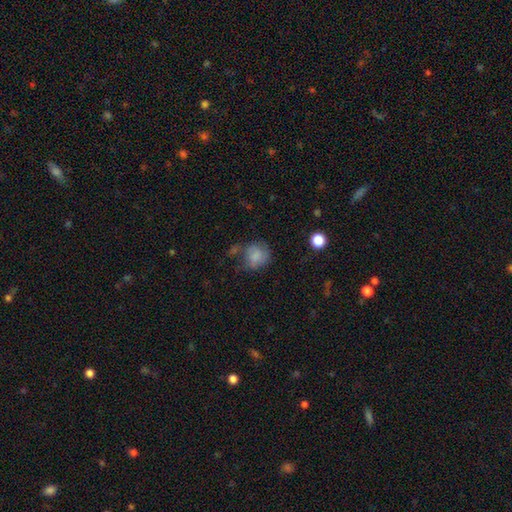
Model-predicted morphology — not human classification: This is likely a smooth galaxy (76%). How rounded: likely round (72%). Merging: possibly none (49%).